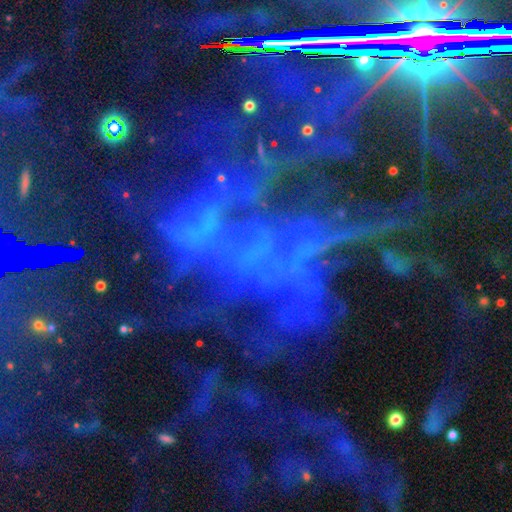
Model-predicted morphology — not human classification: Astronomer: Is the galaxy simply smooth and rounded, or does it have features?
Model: star or artifact — 63%.